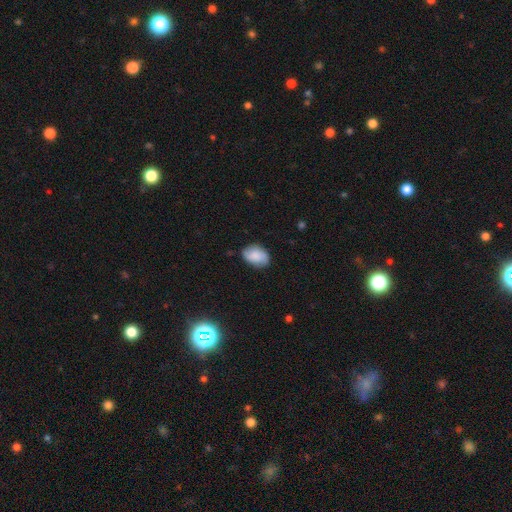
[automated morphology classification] The model was most divided on "smooth or featured": smooth: 74%, featured or disk: 19%, star or artifact: 8%. More confident: how rounded — in between (84%); merging — none (78%).